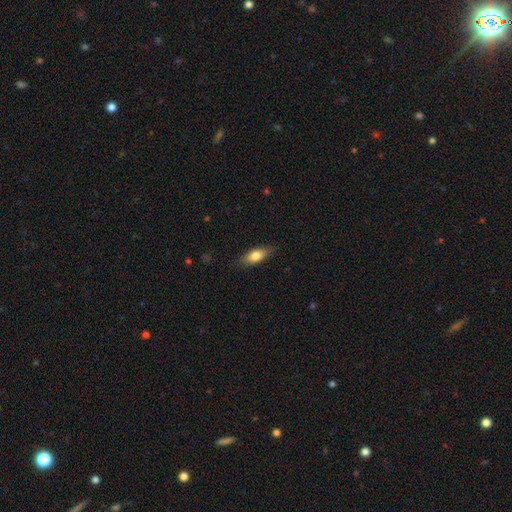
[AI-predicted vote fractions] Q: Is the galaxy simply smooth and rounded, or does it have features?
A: smooth — 77%.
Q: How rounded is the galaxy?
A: in between — 73%.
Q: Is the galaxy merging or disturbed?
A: none — 85%.